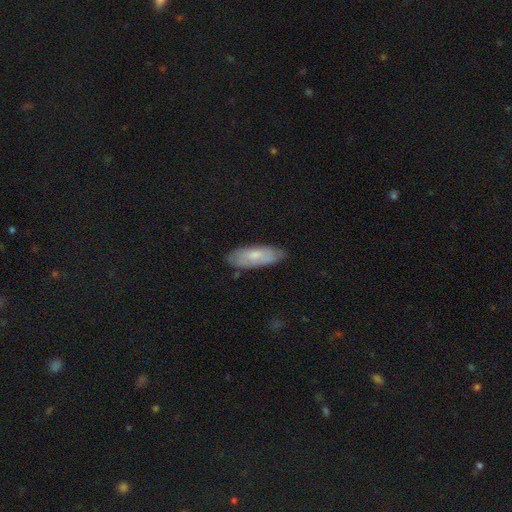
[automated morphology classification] The model was most divided on "smooth or featured": smooth: 63%, featured or disk: 30%, star or artifact: 6%. More confident: merging — none (74%); how rounded — in between (69%).